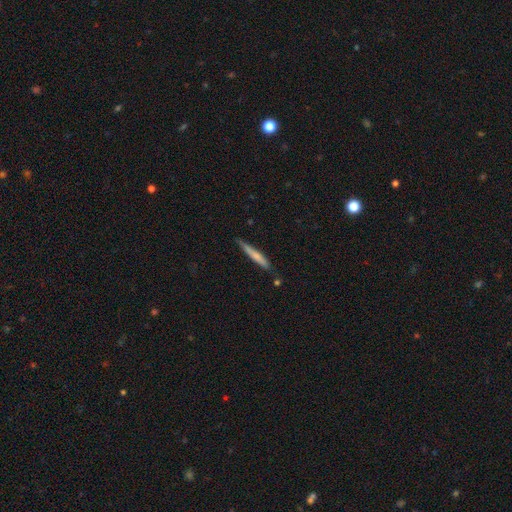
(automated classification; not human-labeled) This appears to be a smooth galaxy with no disk features (64%) that is cigar-shaped (94%). Merging: none (77%).